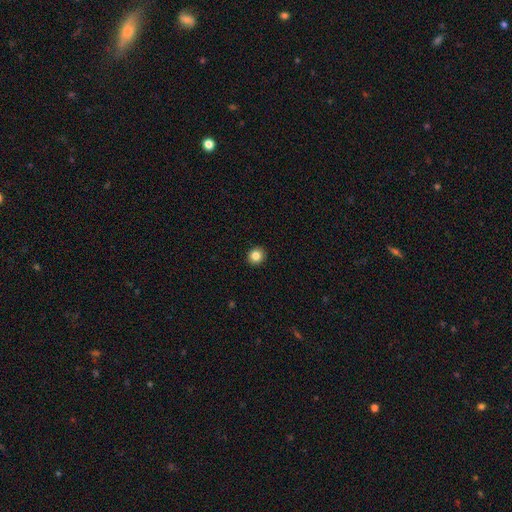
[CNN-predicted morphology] This is clearly a smooth galaxy (84%). How rounded: clearly round (86%). Merging: clearly none (93%).